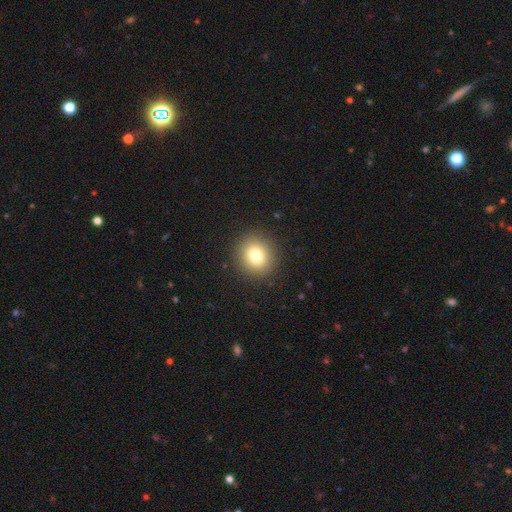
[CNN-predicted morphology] smooth_or_featured: smooth (p=0.78) [alt: star or artifact p=0.12]
how_rounded: round (p=0.86) [alt: in between p=0.13]
merging: none (p=0.91) [alt: minor disturbance p=0.06]